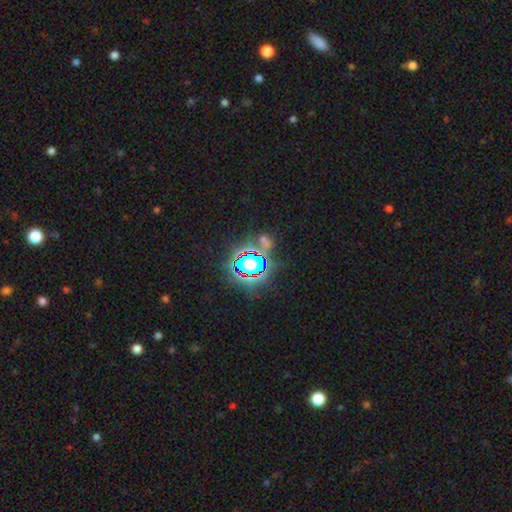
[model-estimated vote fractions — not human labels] Morphology: type=star or artifact (81%).